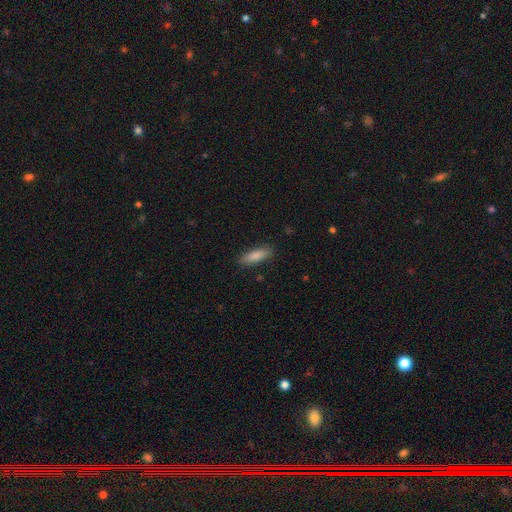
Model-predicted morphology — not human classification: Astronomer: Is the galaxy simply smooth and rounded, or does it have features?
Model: smooth — 86%.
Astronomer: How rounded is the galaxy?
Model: cigar-shaped — 50% (runner-up: in between, 49%).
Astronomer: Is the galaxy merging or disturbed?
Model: none — 86%.